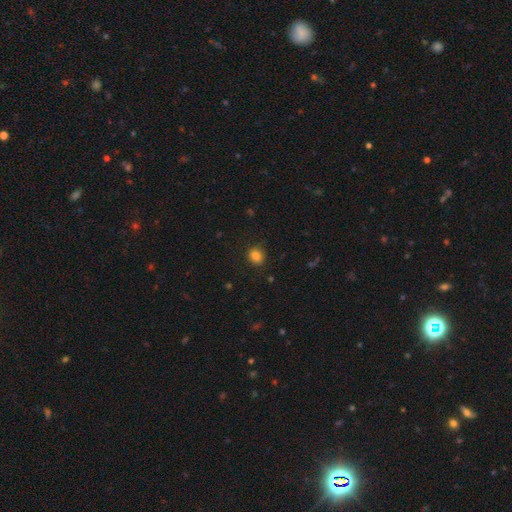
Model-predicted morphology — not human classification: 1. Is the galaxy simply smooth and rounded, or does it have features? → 84% smooth, 12% star or artifact, 4% featured or disk.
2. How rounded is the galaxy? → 71% round, 28% in between, 1% cigar-shaped.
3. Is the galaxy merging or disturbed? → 85% none, 11% minor disturbance, 3% major disturbance, 1% merger.